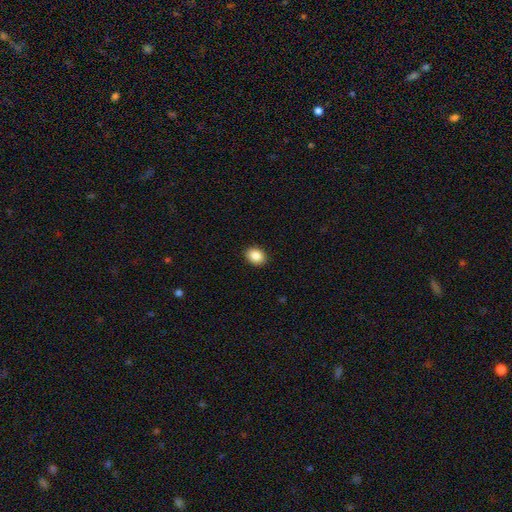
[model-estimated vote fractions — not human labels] Smooth or featured: smooth — 88% (star or artifact — 8%)
How rounded: in between — 59% (round — 41%)
Merging: none — 91% (minor disturbance — 6%)